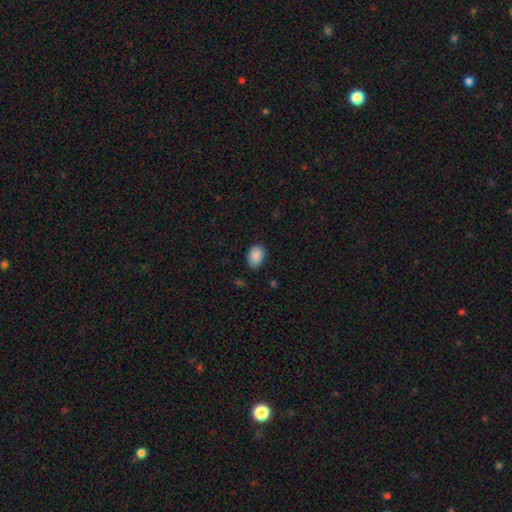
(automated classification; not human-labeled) Smooth or featured? Predicted: smooth (p=0.89). How rounded? Predicted: in between (p=0.77). Merging? Predicted: none (p=0.82).